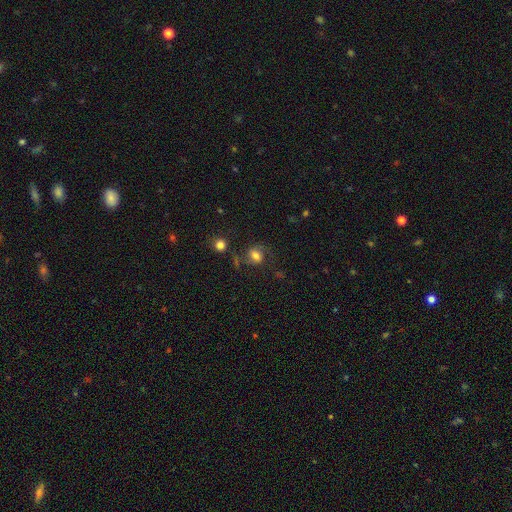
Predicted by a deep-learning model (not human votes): smooth 60%, featured or disk 27%, star or artifact 12%. Down the decision tree: how rounded — round (55%); merging — none (60%).